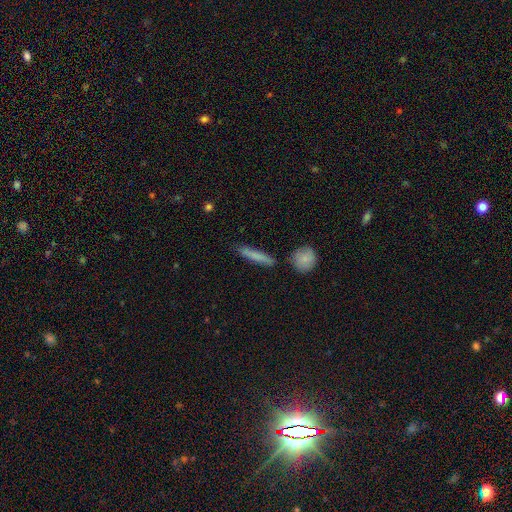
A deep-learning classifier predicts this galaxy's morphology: smooth-or-featured: smooth: 75% | featured or disk: 18% | star or artifact: 7%
  how-rounded: cigar-shaped: 91% | in between: 7% | round: 2%
  merging: none: 81% | minor disturbance: 11% | merger: 5% | major disturbance: 2%